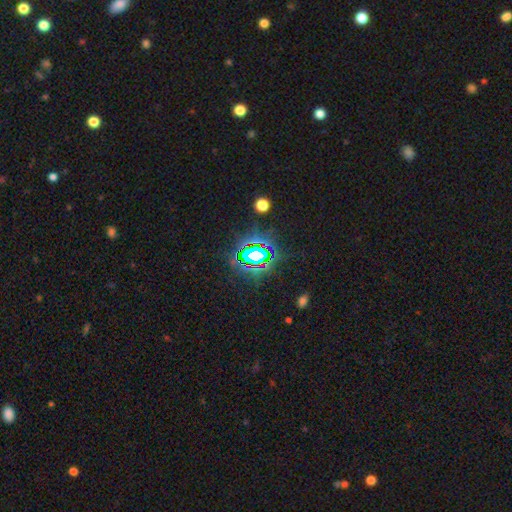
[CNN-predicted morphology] Smooth or featured?
  - star or artifact: 75% *
  - smooth: 13%
  - featured or disk: 11%